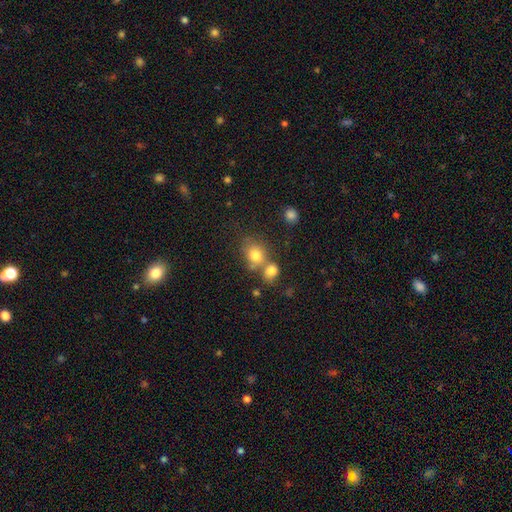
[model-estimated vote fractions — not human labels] Smooth or featured? Predicted: smooth (p=0.78). How rounded? Predicted: round (p=0.63). Merging? Predicted: none (p=0.44).